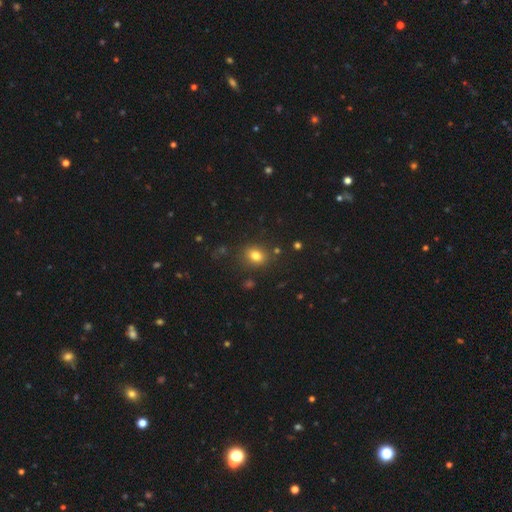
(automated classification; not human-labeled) This is likely a smooth galaxy (79%). How rounded: possibly round (55%). Merging: clearly none (82%).